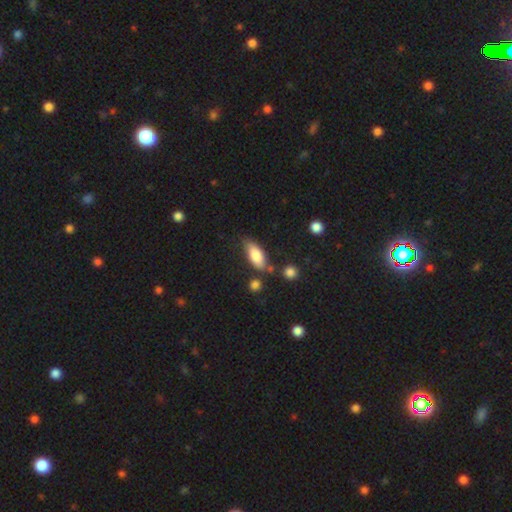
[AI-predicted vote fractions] Smooth or featured: smooth — 79% (featured or disk — 14%)
How rounded: in between — 79% (cigar-shaped — 19%)
Merging: none — 68% (minor disturbance — 19%)